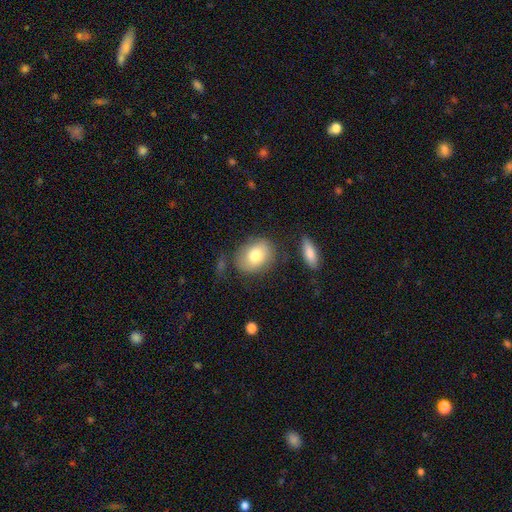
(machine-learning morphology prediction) A smooth galaxy with no disk features (76%) that is in between round and cigar-shaped (60%). Merging: none (72%).